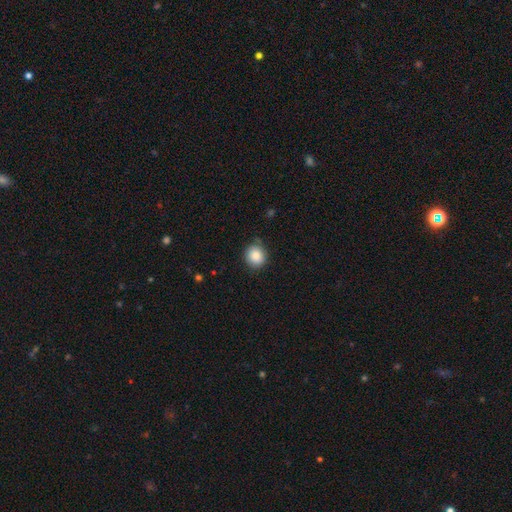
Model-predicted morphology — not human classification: A smooth galaxy with no disk features (85%) that is round (85%). Merging: none (81%).